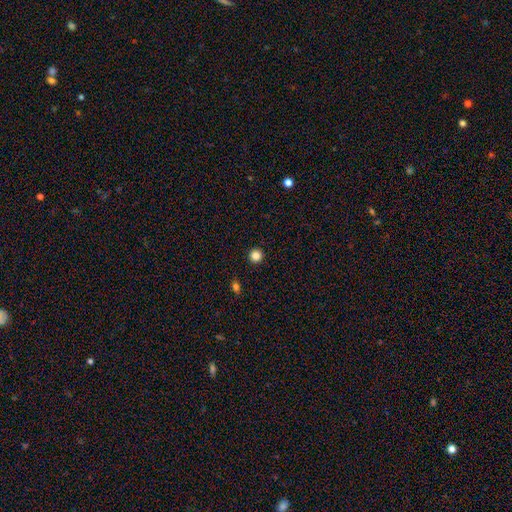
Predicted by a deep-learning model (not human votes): This is clearly a smooth galaxy (84%). How rounded: clearly round (96%). Merging: clearly none (94%).